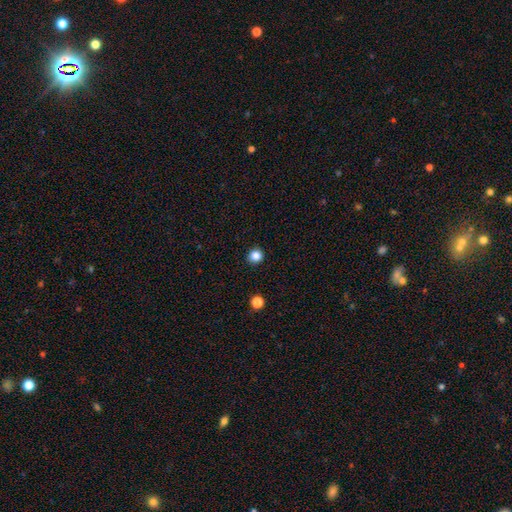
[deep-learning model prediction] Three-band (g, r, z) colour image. It shows a smooth galaxy with no disk features (84%) that is round (90%). Merging: none (92%).